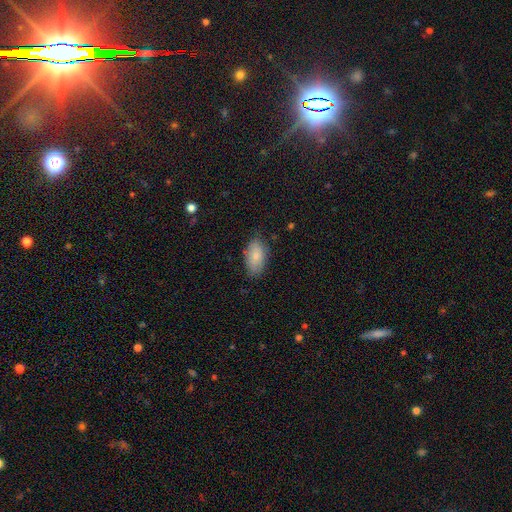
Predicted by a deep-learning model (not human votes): This is clearly a smooth galaxy (82%). How rounded: clearly in between (92%). Merging: likely none (75%).